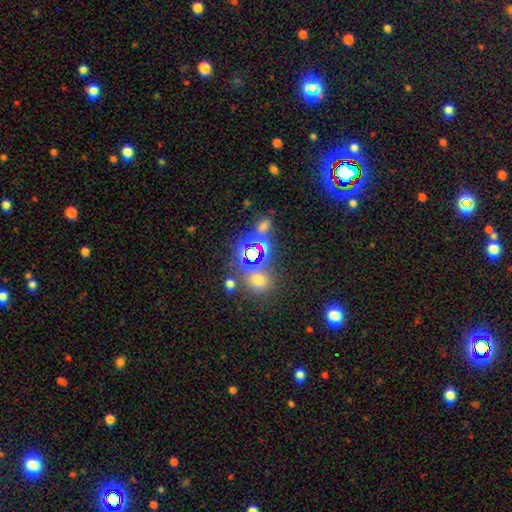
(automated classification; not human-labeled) This appears to be a smooth galaxy with no disk features (44%). Merging: none (45%).